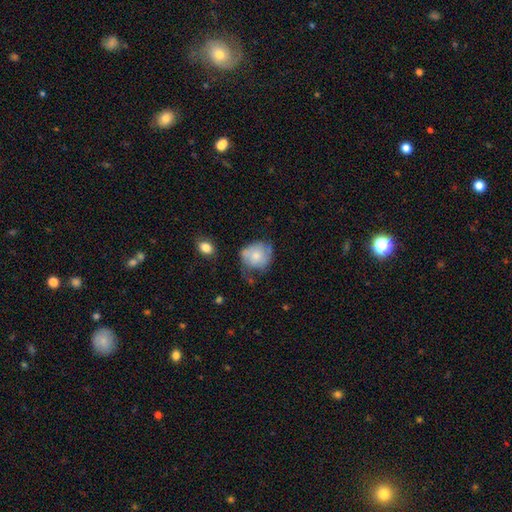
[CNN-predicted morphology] A smooth galaxy with no disk features (65%) that is round (76%).

Vote fractions:
- Smooth or featured? smooth: 65% / featured or disk: 27% / star or artifact: 7%
- How rounded? round: 76% / in between: 23% / cigar-shaped: 1%
- Merging? none: 45% / minor disturbance: 34% / major disturbance: 15% / merger: 6%